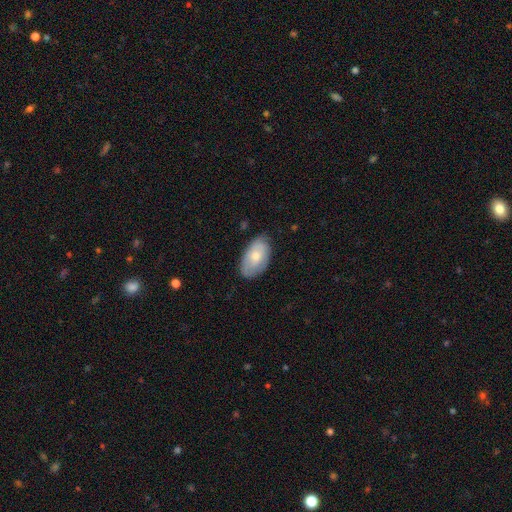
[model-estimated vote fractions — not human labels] A smooth galaxy with no disk features (66%) that is in between round and cigar-shaped (94%). Merging: none (72%).